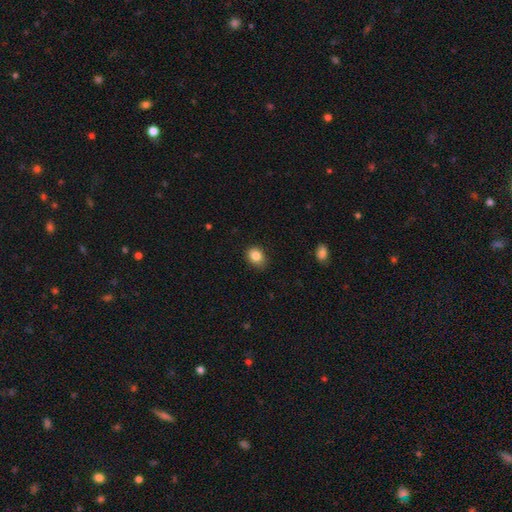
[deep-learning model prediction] The model was most divided on "how rounded": round: 50%, in between: 49%, cigar-shaped: 1%. More confident: smooth or featured — smooth (84%); merging — none (81%).